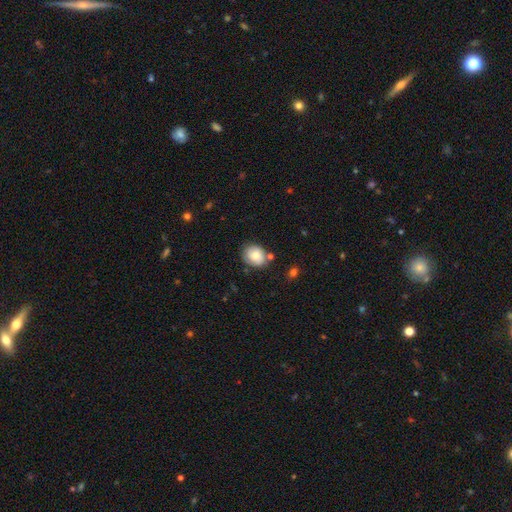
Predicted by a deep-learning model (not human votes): A smooth galaxy with no disk features (79%) that is round (60%).

Vote fractions:
- Smooth or featured? smooth: 79% / featured or disk: 13% / star or artifact: 8%
- How rounded? round: 60% / in between: 39% / cigar-shaped: 1%
- Merging? none: 73% / minor disturbance: 17% / merger: 7% / major disturbance: 4%